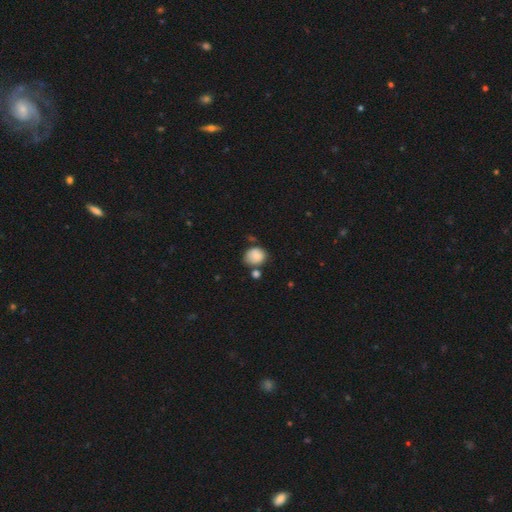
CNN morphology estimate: A smooth galaxy with no disk features (84%) that is round (65%).

Vote fractions:
- Smooth or featured? smooth: 84% / star or artifact: 9% / featured or disk: 8%
- How rounded? round: 65% / in between: 35% / cigar-shaped: 1%
- Merging? none: 57% / minor disturbance: 21% / merger: 16% / major disturbance: 6%